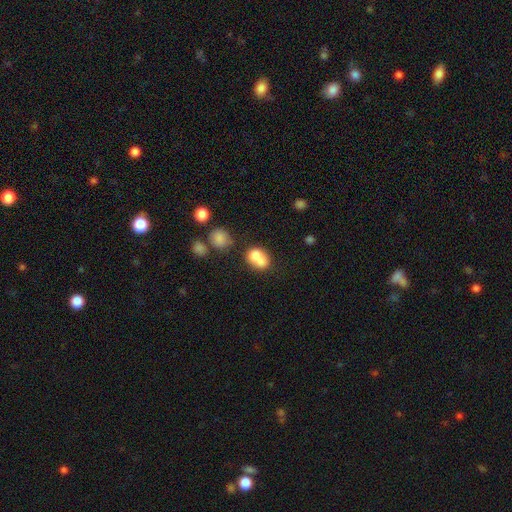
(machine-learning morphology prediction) Smooth or featured: smooth — 73% (featured or disk — 17%)
How rounded: in between — 55% (round — 44%)
Merging: merger — 53% (none — 29%)